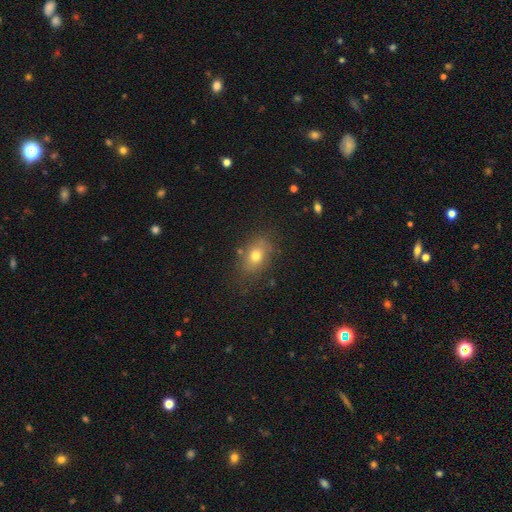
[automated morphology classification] Overall: smooth (73%). How rounded: in between (73%). Merging: none (76%).